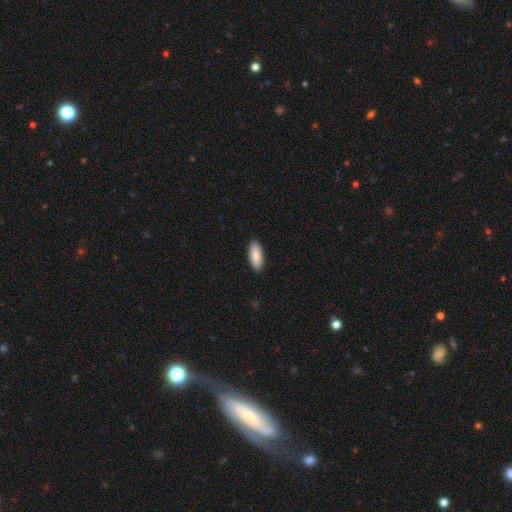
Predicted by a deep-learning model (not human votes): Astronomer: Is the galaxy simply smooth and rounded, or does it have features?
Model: smooth — 89%.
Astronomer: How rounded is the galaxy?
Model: in between — 76%.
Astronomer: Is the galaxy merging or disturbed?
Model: none — 90%.